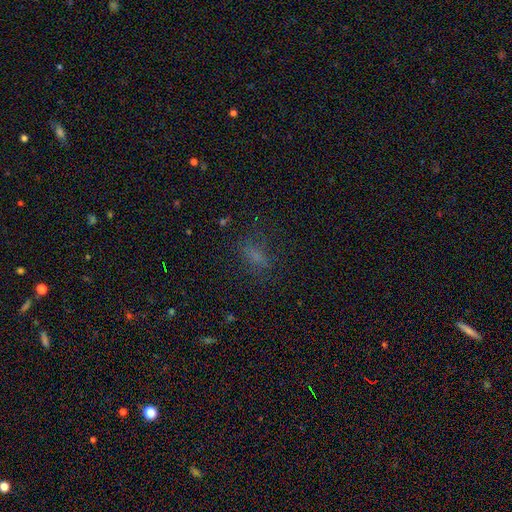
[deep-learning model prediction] A smooth galaxy with no disk features (59%) that is in between round and cigar-shaped (71%).

Vote fractions:
- Smooth or featured? smooth: 59% / star or artifact: 27% / featured or disk: 14%
- How rounded? in between: 71% / cigar-shaped: 19% / round: 10%
- Merging? none: 69% / minor disturbance: 17% / major disturbance: 12% / merger: 2%